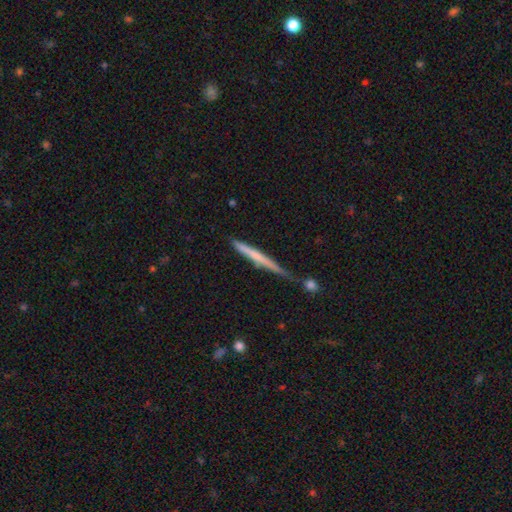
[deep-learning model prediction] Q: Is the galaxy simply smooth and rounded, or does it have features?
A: smooth — 50%.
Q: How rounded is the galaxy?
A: cigar-shaped — 96%.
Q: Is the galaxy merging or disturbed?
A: none — 63%.